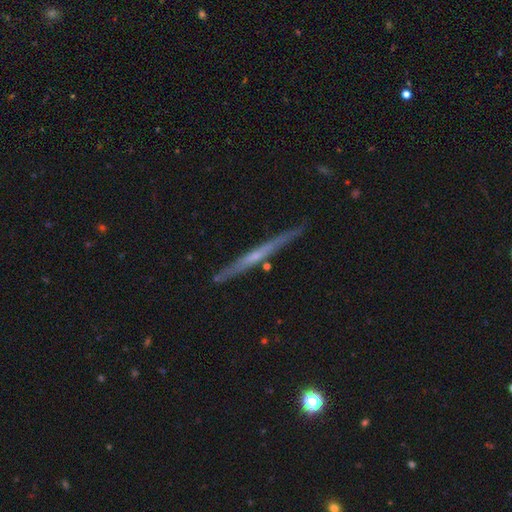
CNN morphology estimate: Smooth or featured? featured or disk (64%)
Edge-on disk? yes (97%)
Edge-on bulge? none (71%)
Merging? none (87%)